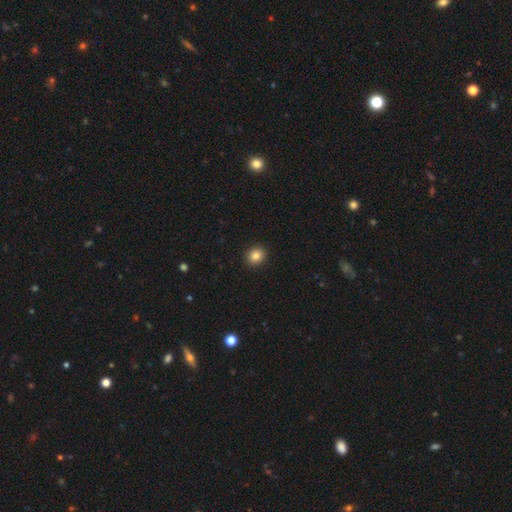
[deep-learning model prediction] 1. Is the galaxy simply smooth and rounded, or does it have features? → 85% smooth, 11% star or artifact, 5% featured or disk.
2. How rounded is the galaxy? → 79% round, 20% in between, 1% cigar-shaped.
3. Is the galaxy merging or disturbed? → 92% none, 5% minor disturbance, 2% major disturbance, 1% merger.